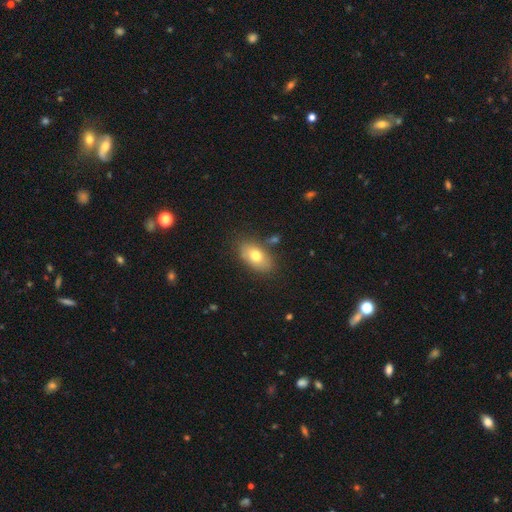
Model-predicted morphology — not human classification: This is likely a smooth galaxy (73%). How rounded: clearly in between (90%). Merging: likely none (77%).